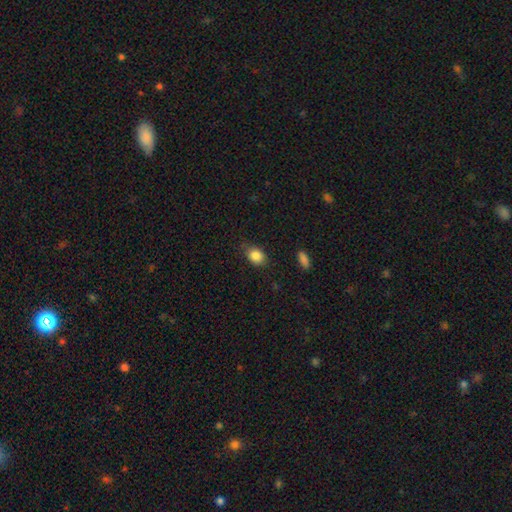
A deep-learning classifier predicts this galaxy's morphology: Smooth or featured?
  - smooth: 86% *
  - star or artifact: 9%
  - featured or disk: 6%
How rounded?
  - in between: 62% *
  - round: 36%
  - cigar-shaped: 1%
Merging?
  - none: 77% *
  - minor disturbance: 18%
  - major disturbance: 4%
  - merger: 1%